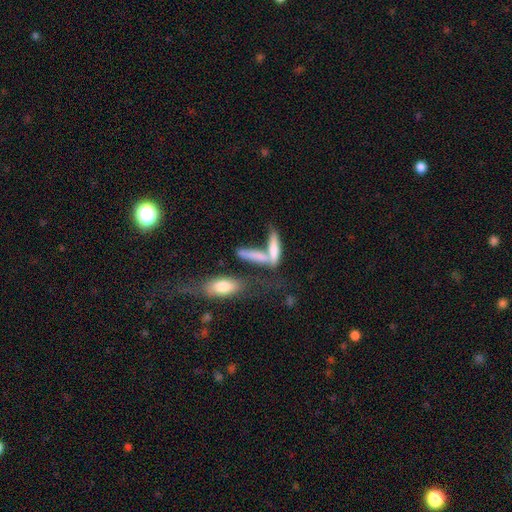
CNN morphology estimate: smooth_or_featured: smooth (p=0.65) [alt: featured or disk p=0.26]
how_rounded: cigar-shaped (p=0.67) [alt: in between p=0.30]
merging: merger (p=0.46) [alt: none p=0.33]